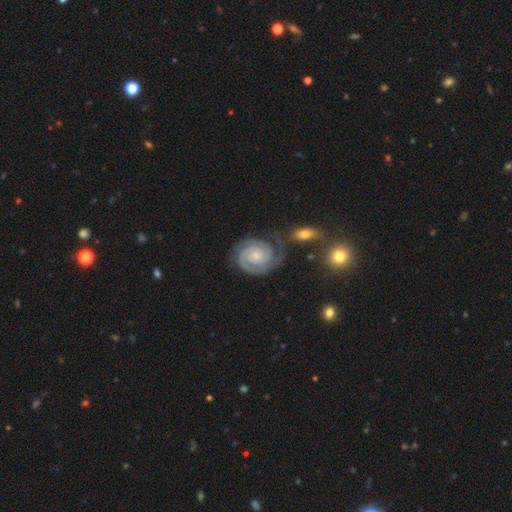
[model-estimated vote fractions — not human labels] smooth-or-featured: featured or disk: 88% | smooth: 7% | star or artifact: 5%
  disk-edge-on: no: 98% | yes: 2%
    bar: no: 67% | weak: 26% | strong: 7%
    has-spiral-arms: yes: 98% | no: 2%
      spiral-winding: tight: 75% | medium: 21% | loose: 4%
      spiral-arm-count: 2: 75% | 3: 11% | can't tell: 7% | 1: 3% | 4: 2% | more than 4: 2%
    bulge-size: small: 59% | moderate: 30% | none: 7% | large: 3% | dominant: 1%
  merging: none: 68% | minor disturbance: 16% | merger: 8% | major disturbance: 8%